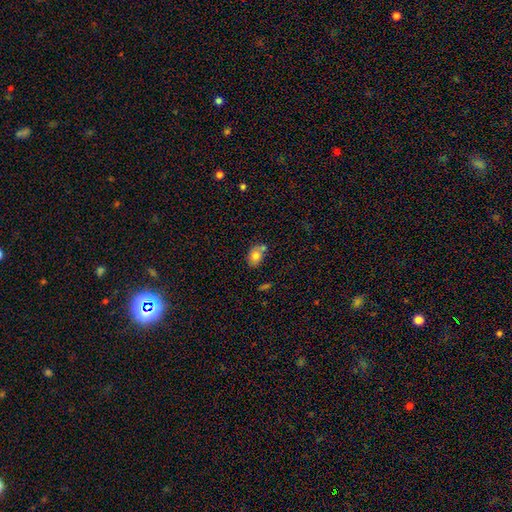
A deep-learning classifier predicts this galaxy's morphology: The model was most divided on "merging": none: 53%, merger: 24%, minor disturbance: 18%, major disturbance: 5%. More confident: smooth or featured — smooth (76%); how rounded — in between (70%).